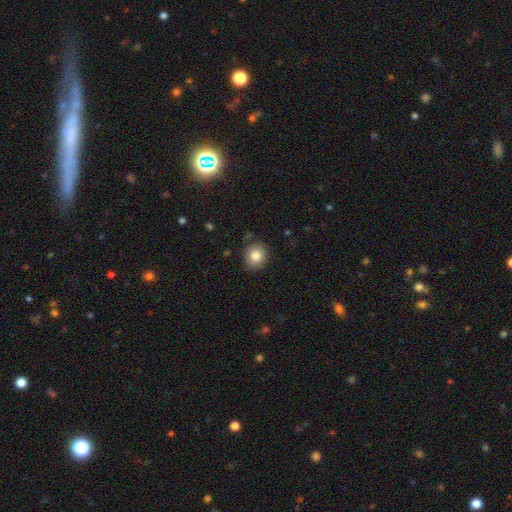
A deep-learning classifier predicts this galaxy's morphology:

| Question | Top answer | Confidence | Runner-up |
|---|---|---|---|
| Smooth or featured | smooth | 83% | star or artifact (10%) |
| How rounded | round | 84% | in between (15%) |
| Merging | none | 86% | minor disturbance (10%) |